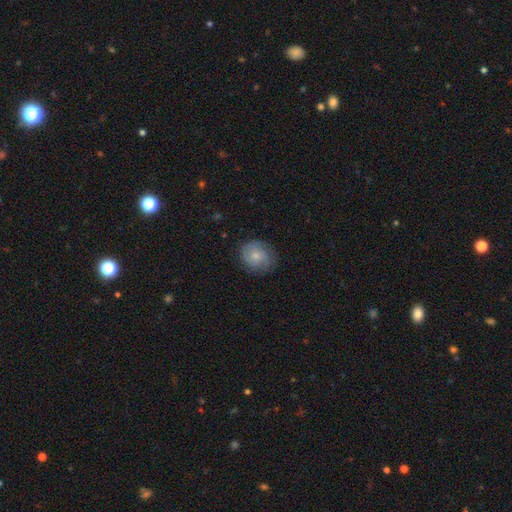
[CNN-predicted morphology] Smooth or featured?
  - smooth: 66% *
  - featured or disk: 27%
  - star or artifact: 7%
How rounded?
  - round: 79% *
  - in between: 20%
  - cigar-shaped: 1%
Merging?
  - none: 76% *
  - minor disturbance: 17%
  - major disturbance: 5%
  - merger: 1%